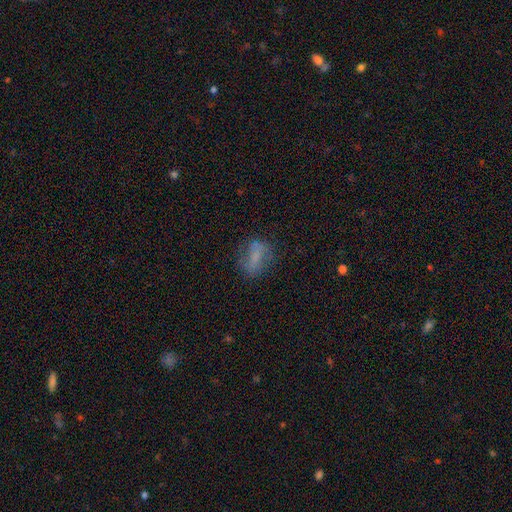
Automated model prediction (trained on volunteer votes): smooth_or_featured: smooth (p=0.54) [alt: featured or disk p=0.34]
how_rounded: in between (p=0.69) [alt: round p=0.24]
merging: none (p=0.63) [alt: minor disturbance p=0.21]